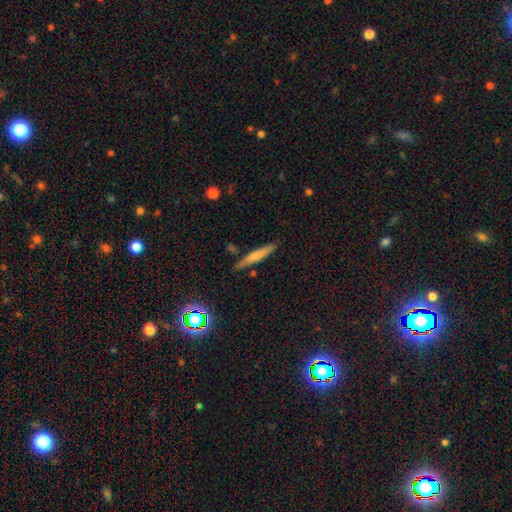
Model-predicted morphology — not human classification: smooth_or_featured: smooth (p=0.61) [alt: featured or disk p=0.32]
how_rounded: cigar-shaped (p=0.93) [alt: in between p=0.06]
merging: none (p=0.83) [alt: minor disturbance p=0.11]